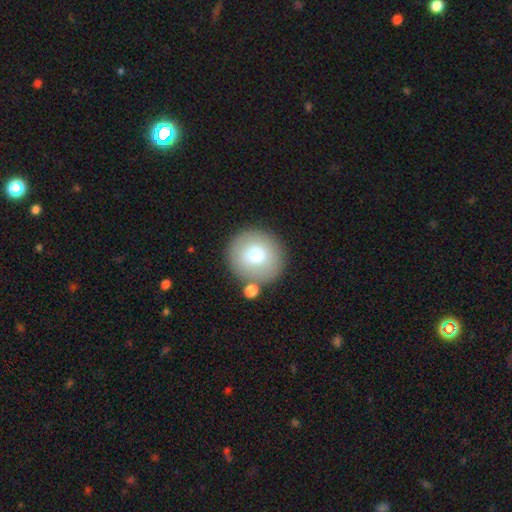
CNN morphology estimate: smooth 76%, featured or disk 16%, star or artifact 8%. Down the decision tree: how rounded — round (91%); merging — none (76%).